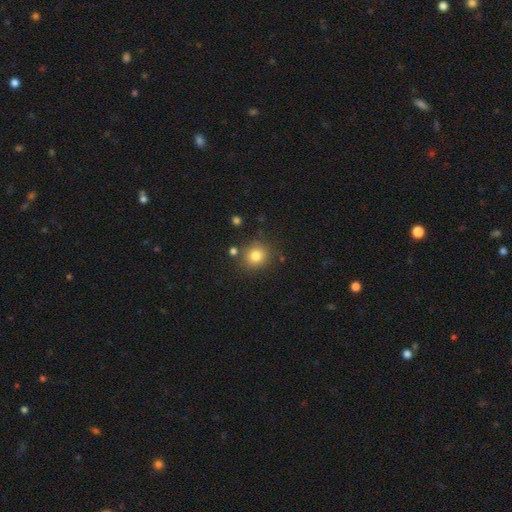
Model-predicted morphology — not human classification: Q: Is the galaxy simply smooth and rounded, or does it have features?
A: smooth — 80%.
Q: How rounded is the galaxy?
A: round — 84%.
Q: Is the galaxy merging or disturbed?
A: none — 80%.